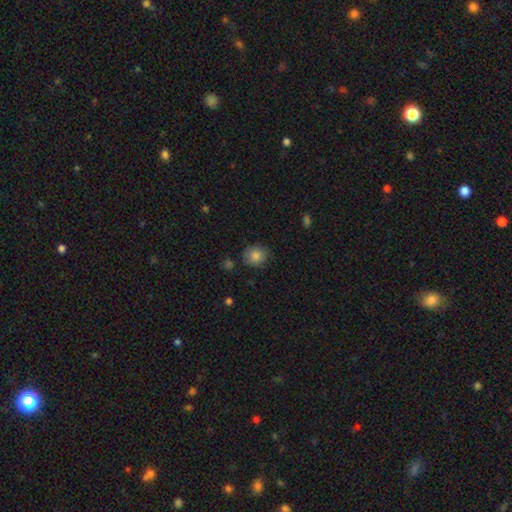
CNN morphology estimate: A smooth galaxy with no disk features (84%) that is round (74%). Merging: none (82%).